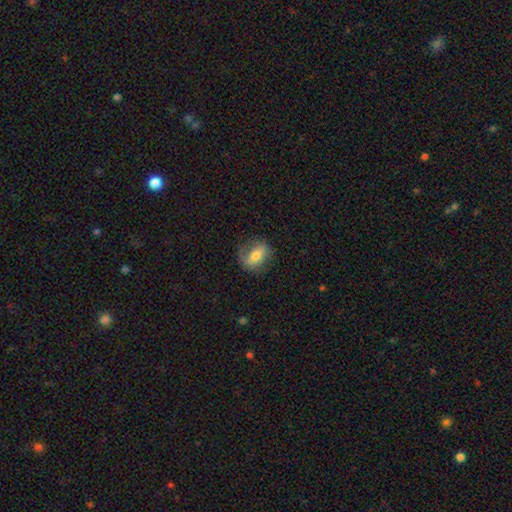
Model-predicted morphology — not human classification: type=smooth (55%); roundness=in between (69%); merging=none (67%).